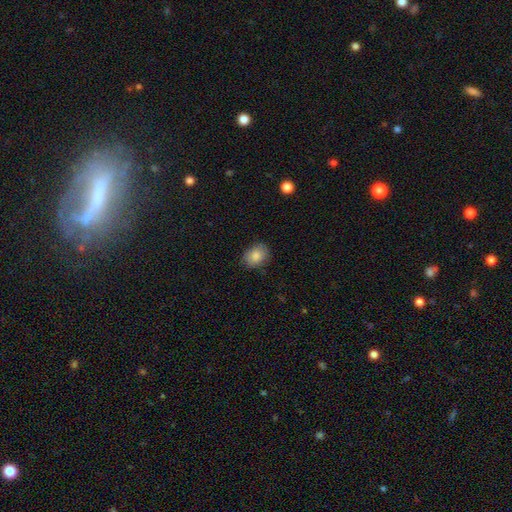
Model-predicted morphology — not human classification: smooth-or-featured: smooth: 85% | star or artifact: 8% | featured or disk: 8%
  how-rounded: in between: 60% | round: 39% | cigar-shaped: 1%
  merging: none: 85% | minor disturbance: 12% | major disturbance: 2% | merger: 1%